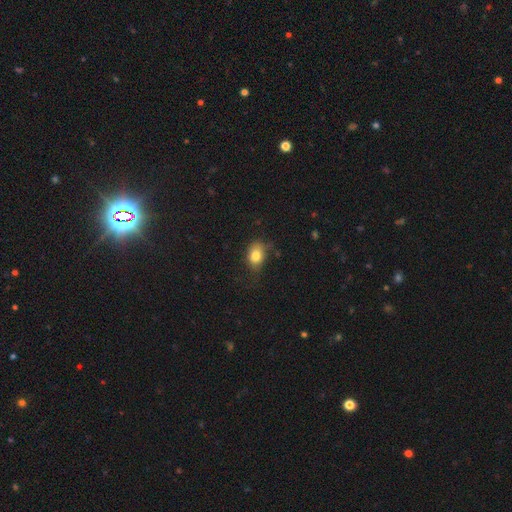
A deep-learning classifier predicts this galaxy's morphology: smooth_or_featured: smooth (p=0.82) [alt: star or artifact p=0.09]
how_rounded: in between (p=0.71) [alt: round p=0.28]
merging: none (p=0.63) [alt: minor disturbance p=0.27]